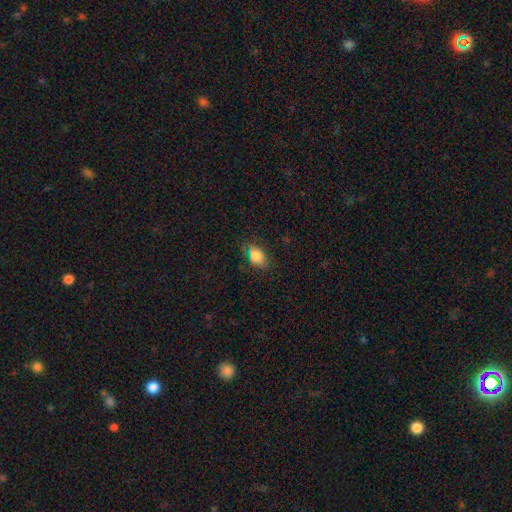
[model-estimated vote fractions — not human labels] smooth_or_featured: smooth (p=0.82) [alt: star or artifact p=0.12]
how_rounded: in between (p=0.84) [alt: round p=0.14]
merging: none (p=0.74) [alt: minor disturbance p=0.19]